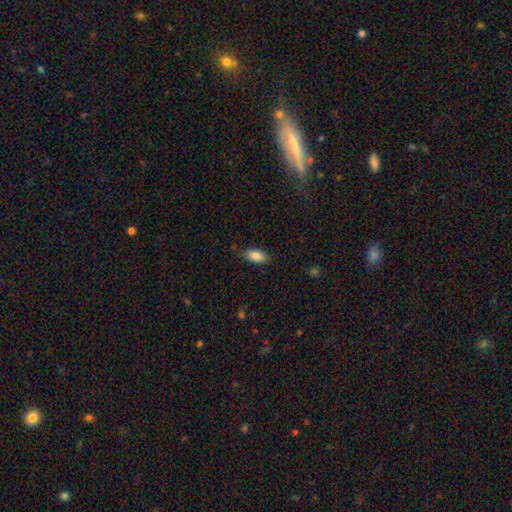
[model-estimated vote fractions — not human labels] Overall: smooth (85%). How rounded: in between (88%). Merging: none (81%).